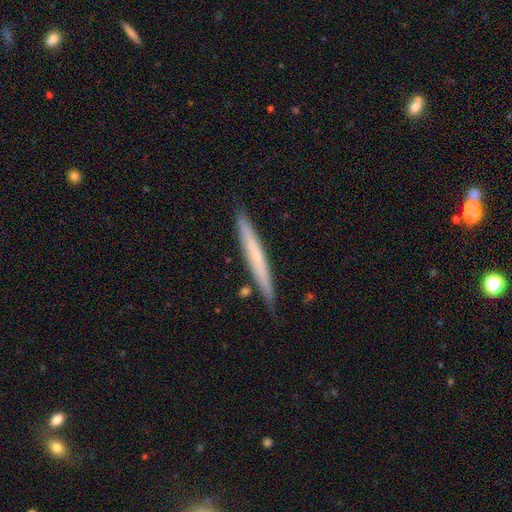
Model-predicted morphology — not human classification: Smooth or featured?
  - featured or disk: 47% * (tied)
  - smooth: 47% * (tied)
  - star or artifact: 6%
Merging?
  - none: 86% *
  - minor disturbance: 10%
  - merger: 2%
  - major disturbance: 2%